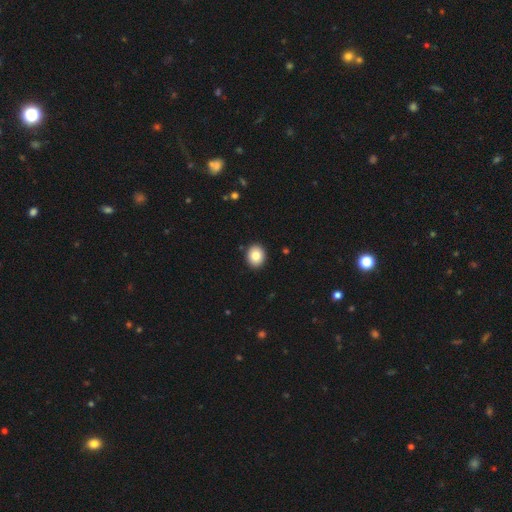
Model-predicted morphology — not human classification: Smooth or featured: smooth — 84% (star or artifact — 9%)
How rounded: round — 63% (in between — 36%)
Merging: none — 91% (minor disturbance — 6%)